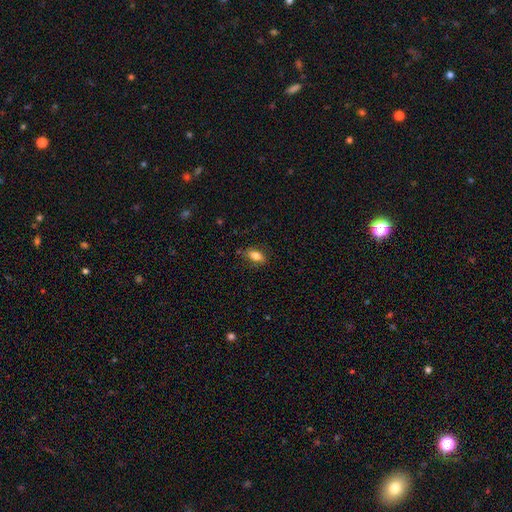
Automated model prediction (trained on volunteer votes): The model was most divided on "smooth or featured": smooth: 78%, featured or disk: 14%, star or artifact: 8%. More confident: how rounded — in between (85%); merging — none (80%).